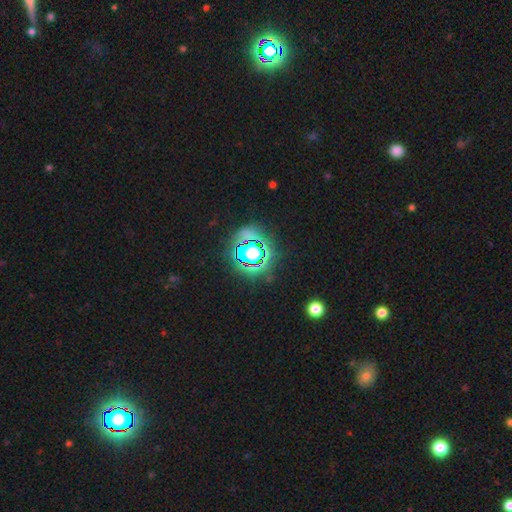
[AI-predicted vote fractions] smooth_or_featured: star or artifact (p=0.81) [alt: smooth p=0.12]